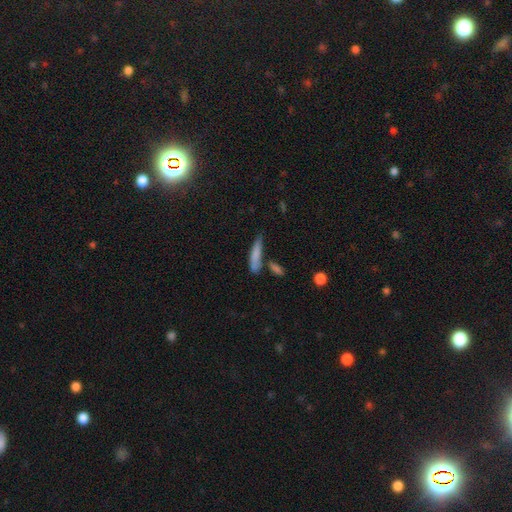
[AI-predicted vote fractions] Smooth or featured: smooth — 74% (featured or disk — 18%)
How rounded: cigar-shaped — 80% (in between — 18%)
Merging: none — 54% (minor disturbance — 21%)